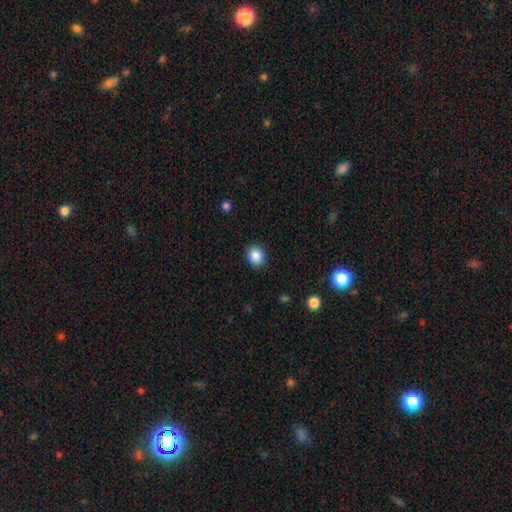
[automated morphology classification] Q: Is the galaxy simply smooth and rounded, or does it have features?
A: smooth — 87%.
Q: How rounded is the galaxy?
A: round — 70%.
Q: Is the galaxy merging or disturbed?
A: none — 89%.